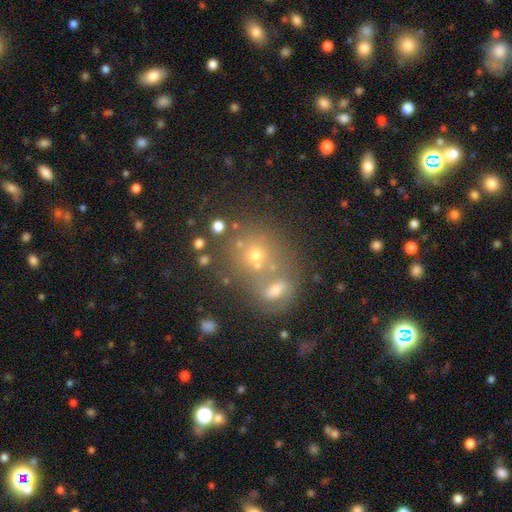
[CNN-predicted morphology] Smooth or featured? Predicted: smooth (p=0.53). How rounded? Predicted: round (p=0.74). Merging? Predicted: merger (p=0.46).